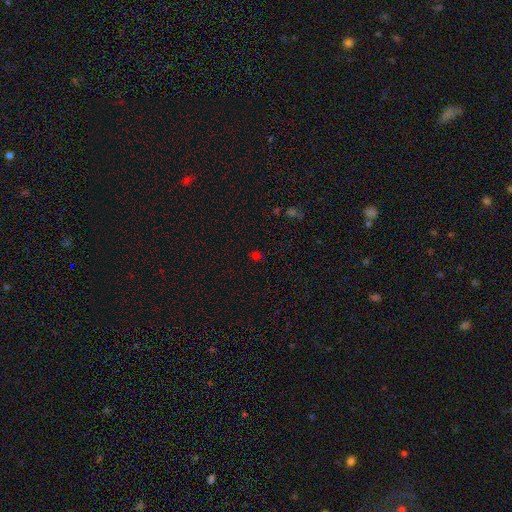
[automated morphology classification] This appears to be a smooth galaxy with no disk features (54%) that is round (67%). Merging: none (80%).